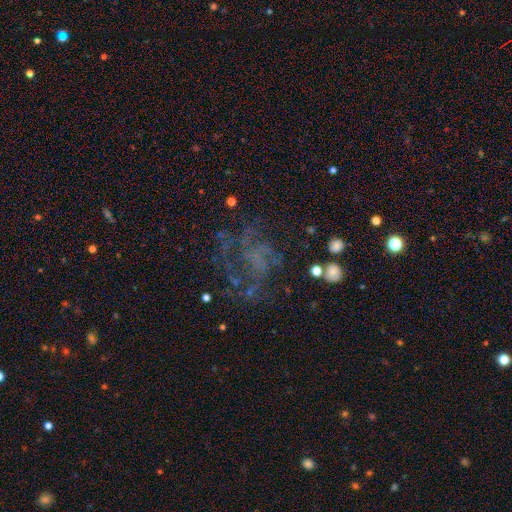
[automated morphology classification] Smooth or featured: featured or disk — 59% (star or artifact — 25%)
Edge-on disk: no — 98% (yes — 2%)
Bar: no — 79% (weak — 17%)
Spiral arms: yes — 57% (no — 43%)
Bulge size: none — 75% (small — 12%)
Merging: none — 51% (major disturbance — 30%)